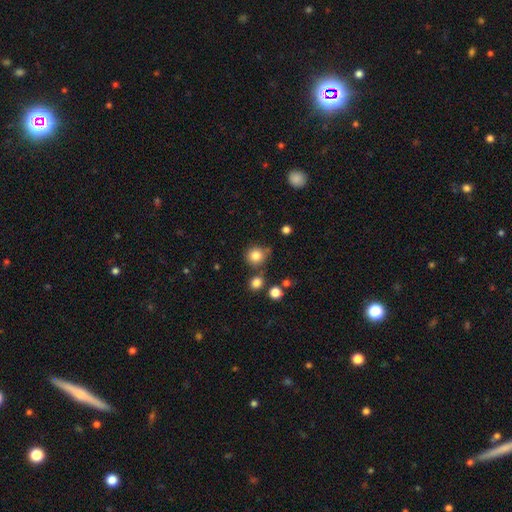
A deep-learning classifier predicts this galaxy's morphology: smooth_or_featured: smooth (p=0.82) [alt: star or artifact p=0.12]
how_rounded: round (p=0.91) [alt: in between p=0.08]
merging: none (p=0.74) [alt: minor disturbance p=0.12]